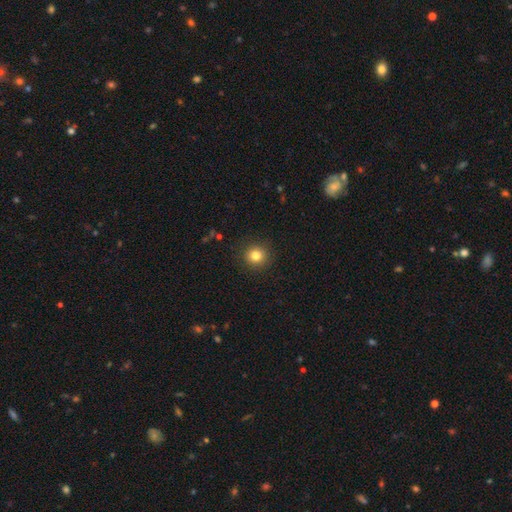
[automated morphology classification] A smooth galaxy with no disk features (82%) that is round (93%). Merging: none (91%).